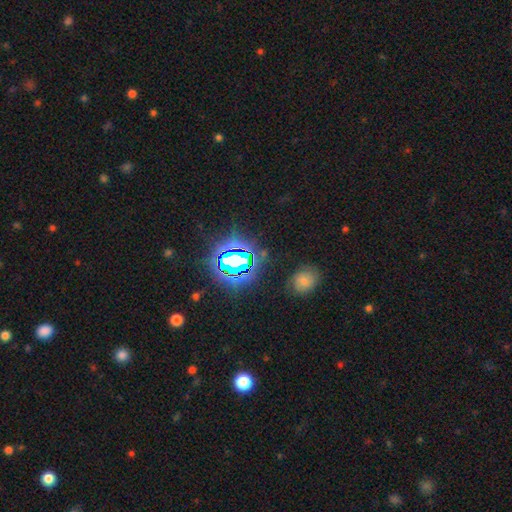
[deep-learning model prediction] star or artifact 77%, smooth 17%, featured or disk 7%.